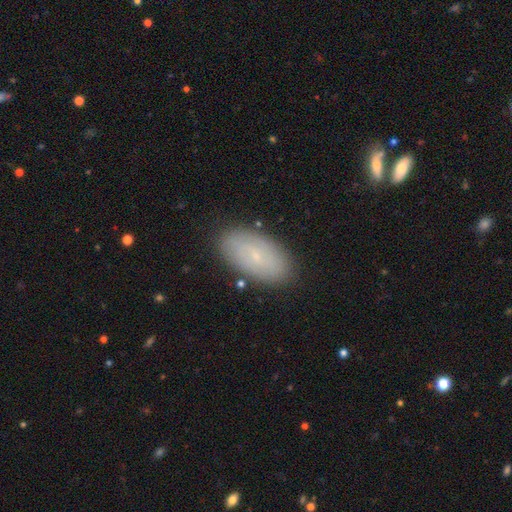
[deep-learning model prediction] This is possibly a smooth galaxy (58%). How rounded: clearly in between (94%). Merging: clearly none (86%).